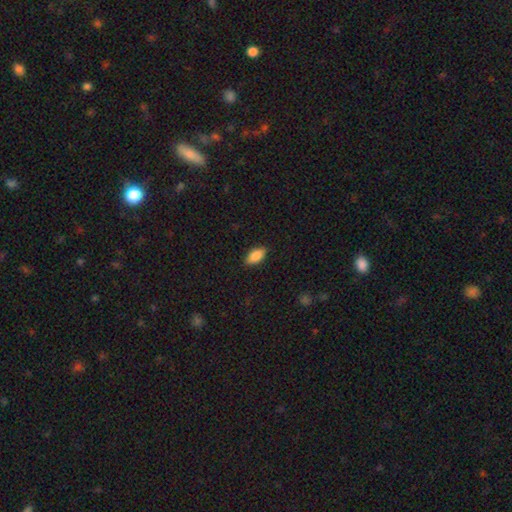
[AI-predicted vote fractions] Morphology: type=smooth (87%); roundness=in between (91%); merging=none (88%).